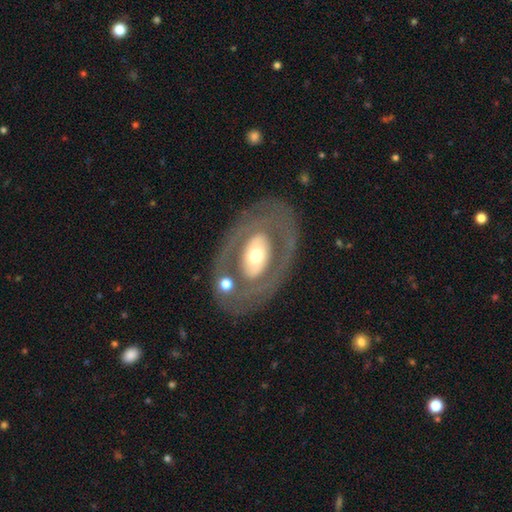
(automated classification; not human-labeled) Smooth or featured?
  - featured or disk: 66% *
  - smooth: 29%
  - star or artifact: 6%
Edge-on disk?
  - no: 92% *
  - yes: 8%
Bar?
  - no: 71% *
  - weak: 16%
  - strong: 13%
Spiral arms?
  - no: 75% *
  - yes: 25%
Bulge size?
  - moderate: 62% *
  - large: 20%
  - small: 14%
  - dominant: 3%
  - none: 1%
Merging?
  - none: 74% *
  - minor disturbance: 12%
  - major disturbance: 9%
  - merger: 5%